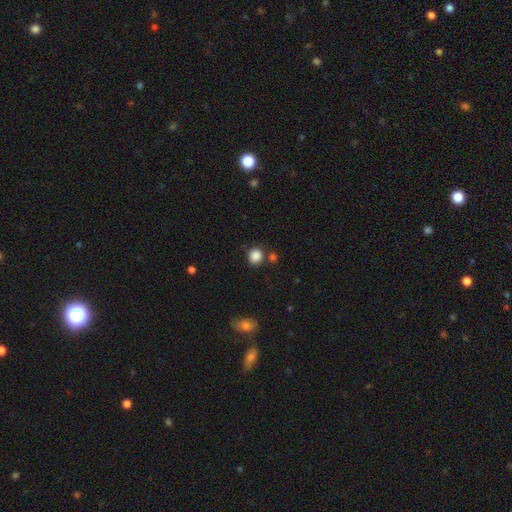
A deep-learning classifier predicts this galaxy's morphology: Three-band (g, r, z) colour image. It shows a smooth galaxy with no disk features (86%) that is round (84%). Merging: none (76%).